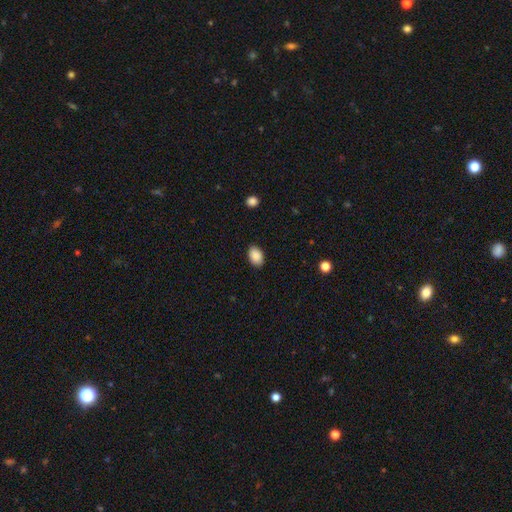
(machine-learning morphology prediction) This is clearly a smooth galaxy (90%). How rounded: clearly in between (88%). Merging: clearly none (88%).